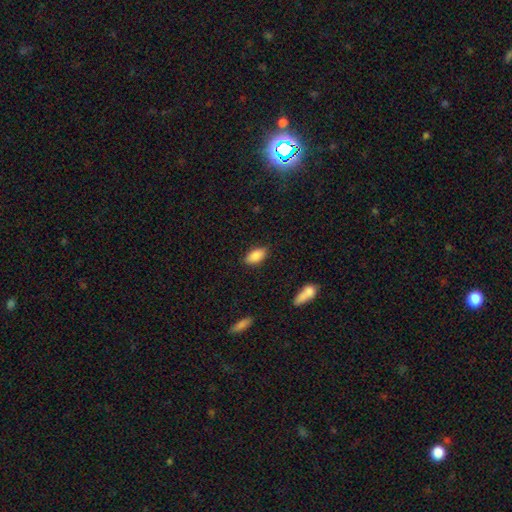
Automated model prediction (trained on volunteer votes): Smooth or featured? smooth (88%)
How rounded? in between (93%)
Merging? none (84%)